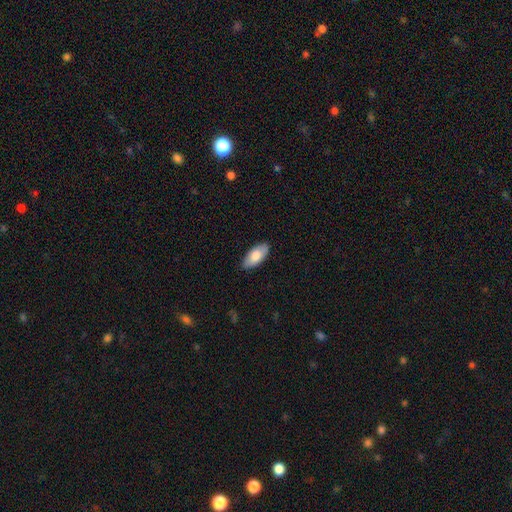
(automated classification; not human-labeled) Overall: smooth (78%). How rounded: in between (92%). Merging: none (85%).